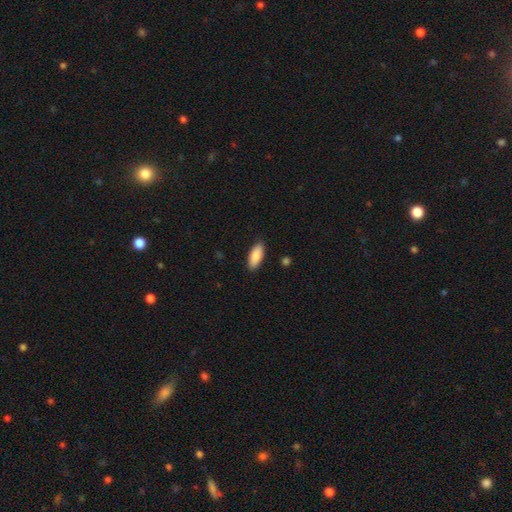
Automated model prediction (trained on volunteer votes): Morphology: type=smooth (88%); roundness=in between (81%); merging=none (88%).